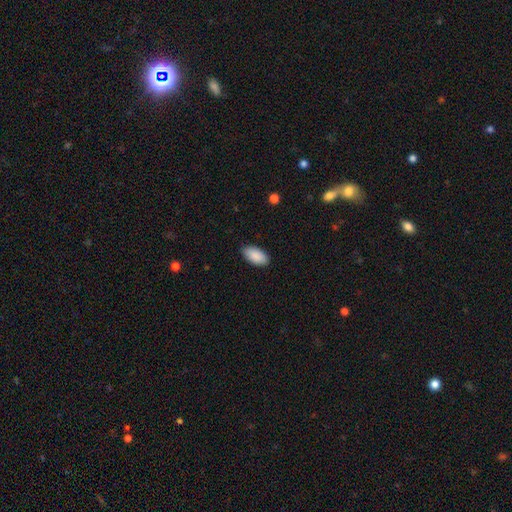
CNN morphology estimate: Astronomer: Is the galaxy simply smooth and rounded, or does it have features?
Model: smooth — 91%.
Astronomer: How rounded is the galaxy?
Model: in between — 95%.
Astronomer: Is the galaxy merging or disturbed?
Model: none — 88%.